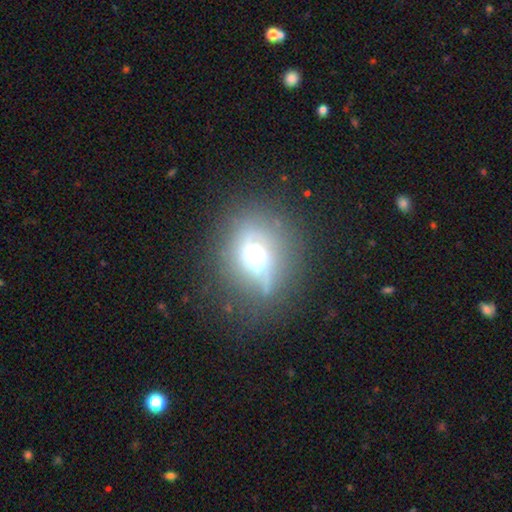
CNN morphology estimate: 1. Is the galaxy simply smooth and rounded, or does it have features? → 49% featured or disk, 36% smooth, 15% star or artifact.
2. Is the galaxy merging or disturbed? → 66% none, 21% minor disturbance, 10% major disturbance, 3% merger.